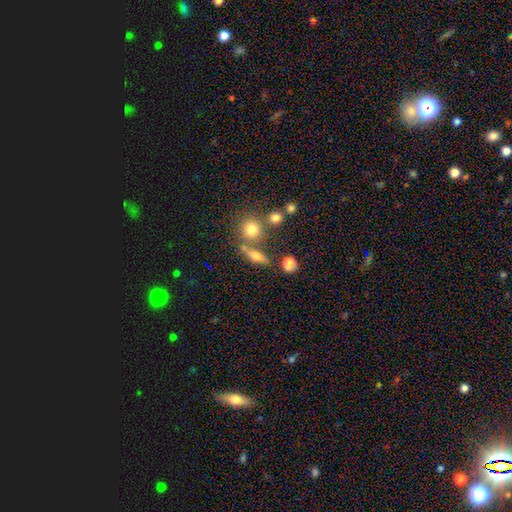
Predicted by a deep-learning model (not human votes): This is possibly a smooth galaxy (58%). How rounded: marginally cigar-shaped (42%). Merging: likely none (64%).